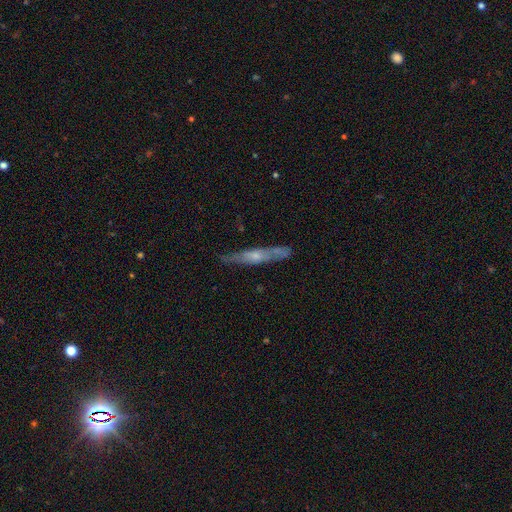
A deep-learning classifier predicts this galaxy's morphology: This is possibly a featured or disk galaxy (59%). It is likely viewed edge-on (76%). Merging: likely none (76%).